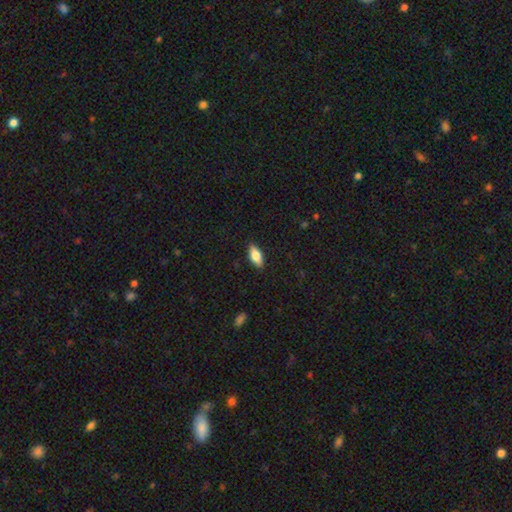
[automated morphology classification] The model was most divided on "smooth or featured": smooth: 76%, featured or disk: 17%, star or artifact: 7%. More confident: merging — none (88%); how rounded — in between (84%).